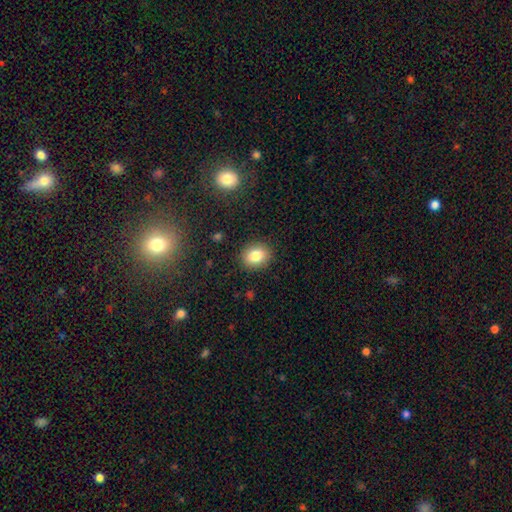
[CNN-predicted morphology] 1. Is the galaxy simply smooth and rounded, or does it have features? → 81% smooth, 10% star or artifact, 9% featured or disk.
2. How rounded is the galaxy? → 60% round, 39% in between, 1% cigar-shaped.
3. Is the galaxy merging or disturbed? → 89% none, 8% minor disturbance, 2% major disturbance, 1% merger.